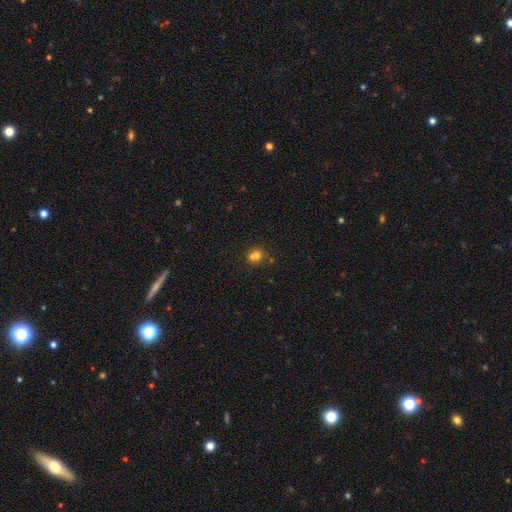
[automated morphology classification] smooth_or_featured: smooth (p=0.69) [alt: featured or disk p=0.16]
how_rounded: round (p=0.80) [alt: in between p=0.19]
merging: merger (p=0.45) [alt: none p=0.43]